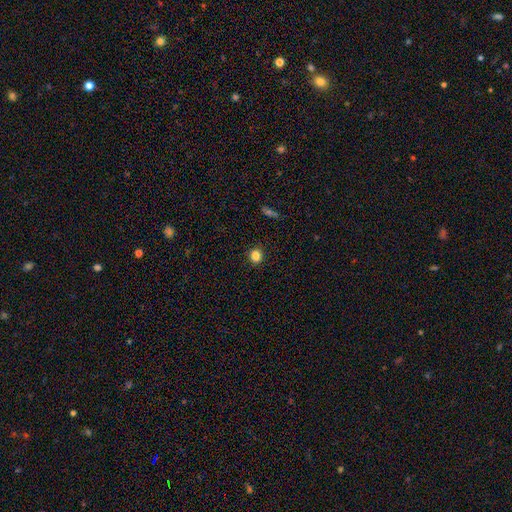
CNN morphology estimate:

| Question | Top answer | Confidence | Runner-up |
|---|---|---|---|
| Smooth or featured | smooth | 84% | star or artifact (12%) |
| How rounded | round | 85% | in between (14%) |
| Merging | none | 91% | minor disturbance (6%) |